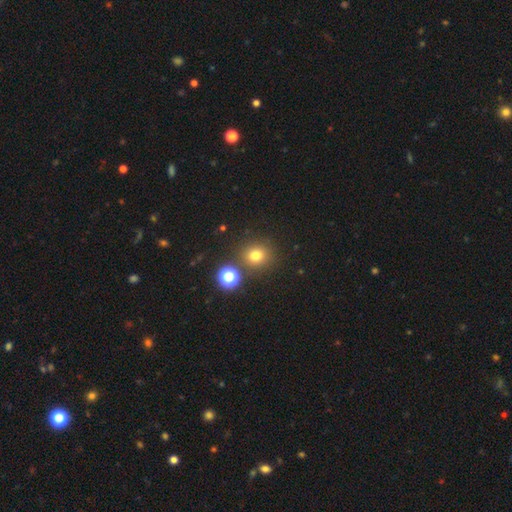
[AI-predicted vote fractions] Smooth or featured?
  - smooth: 73% *
  - star or artifact: 20%
  - featured or disk: 7%
How rounded?
  - round: 87% *
  - in between: 12%
  - cigar-shaped: 1%
Merging?
  - none: 82% *
  - minor disturbance: 8%
  - merger: 7%
  - major disturbance: 3%